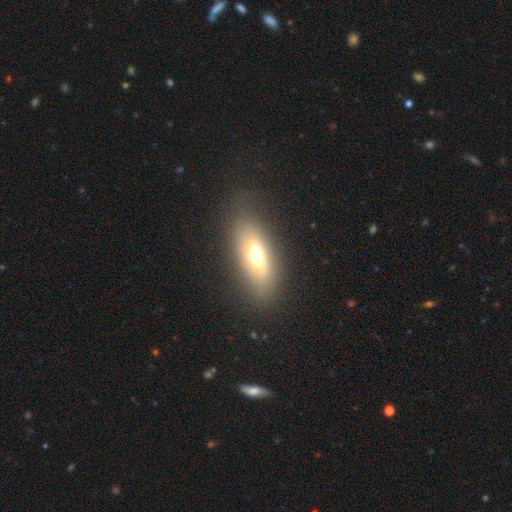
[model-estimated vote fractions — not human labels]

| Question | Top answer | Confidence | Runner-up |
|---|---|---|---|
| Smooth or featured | smooth | 61% | featured or disk (28%) |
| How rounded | in between | 75% | cigar-shaped (20%) |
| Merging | none | 79% | minor disturbance (13%) |